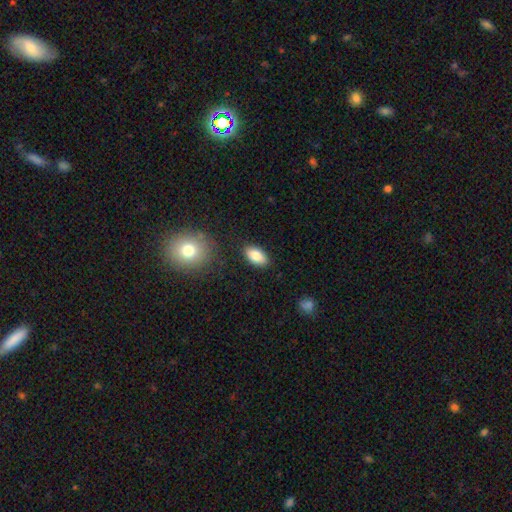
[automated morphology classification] A smooth galaxy with no disk features (84%) that is in between round and cigar-shaped (92%). Merging: none (86%).